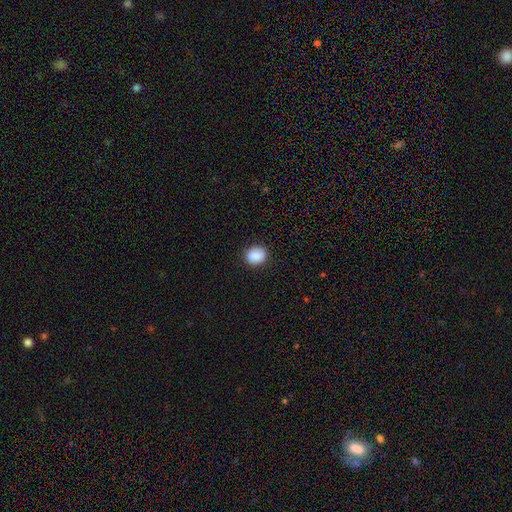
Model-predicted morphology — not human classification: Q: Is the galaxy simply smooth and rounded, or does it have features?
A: smooth — 89%.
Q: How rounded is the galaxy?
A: round — 67%.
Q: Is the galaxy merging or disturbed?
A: none — 90%.